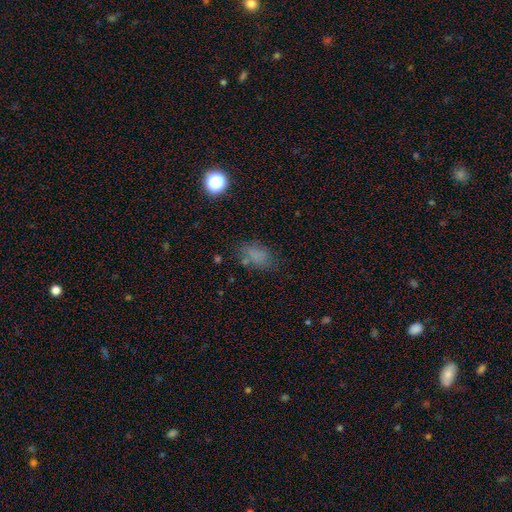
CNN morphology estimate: smooth-or-featured: smooth: 71% | star or artifact: 18% | featured or disk: 11%
  how-rounded: in between: 81% | round: 17% | cigar-shaped: 2%
  merging: none: 67% | minor disturbance: 20% | major disturbance: 9% | merger: 4%